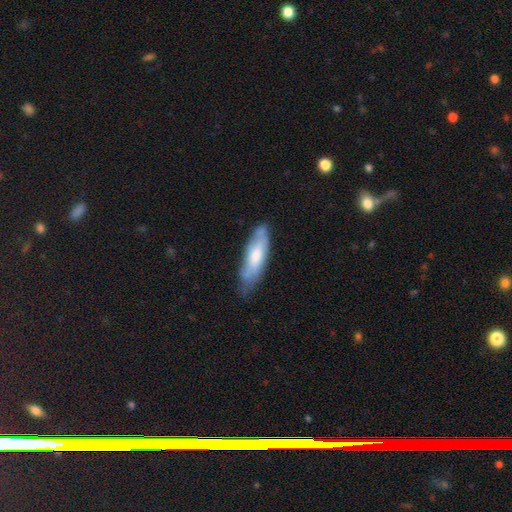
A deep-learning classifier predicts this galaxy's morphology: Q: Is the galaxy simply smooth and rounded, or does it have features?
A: smooth — 57%.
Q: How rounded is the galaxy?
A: cigar-shaped — 54%.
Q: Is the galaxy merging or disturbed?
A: none — 62%.